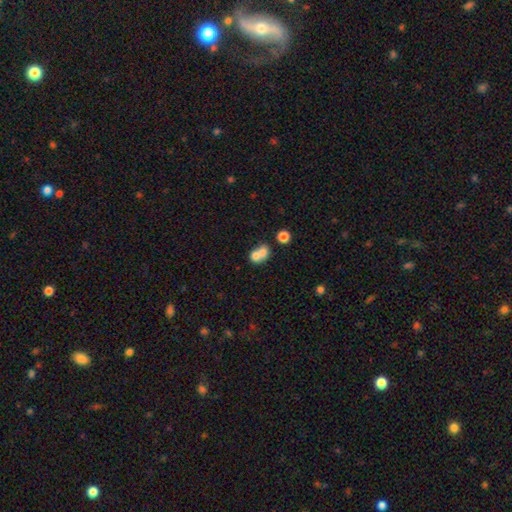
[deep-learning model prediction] A smooth galaxy with no disk features (70%) that is round (57%). Merging: merger (69%).